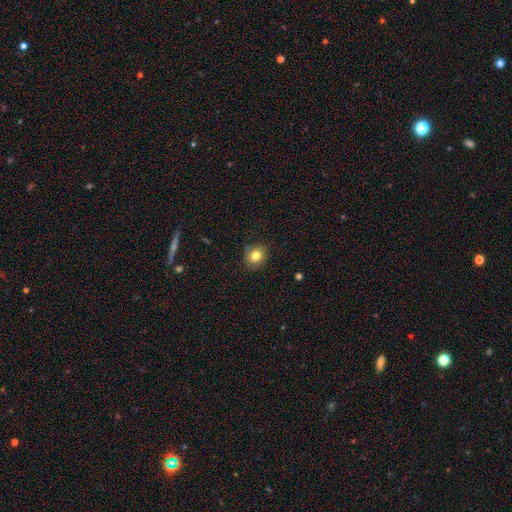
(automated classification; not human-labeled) A smooth galaxy with no disk features (81%) that is round (76%). Merging: none (84%).